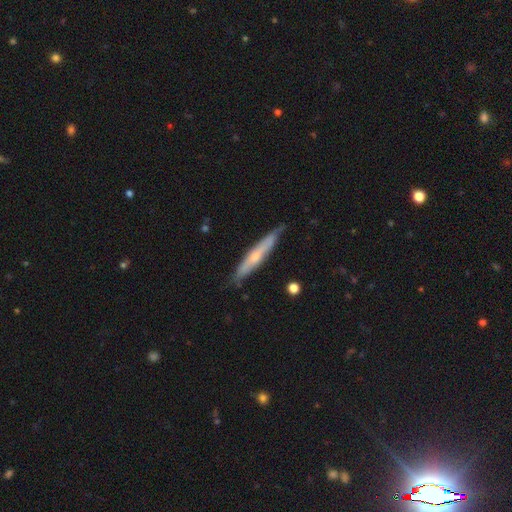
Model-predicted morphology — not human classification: Smooth or featured? featured or disk (53%)
Edge-on disk? yes (86%)
Merging? none (78%)